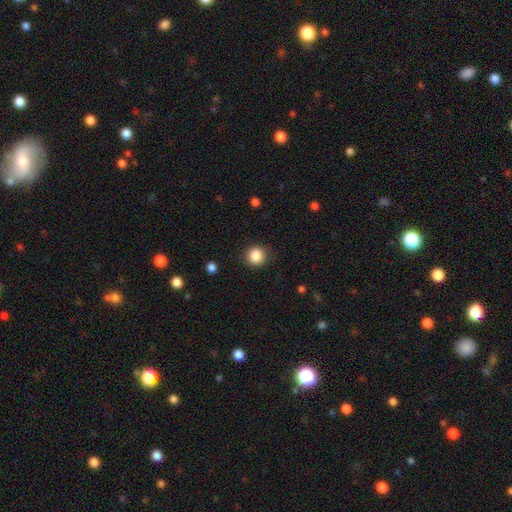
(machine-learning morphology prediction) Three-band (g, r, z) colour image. It shows a smooth galaxy with no disk features (86%) that is round (91%). Merging: none (87%).